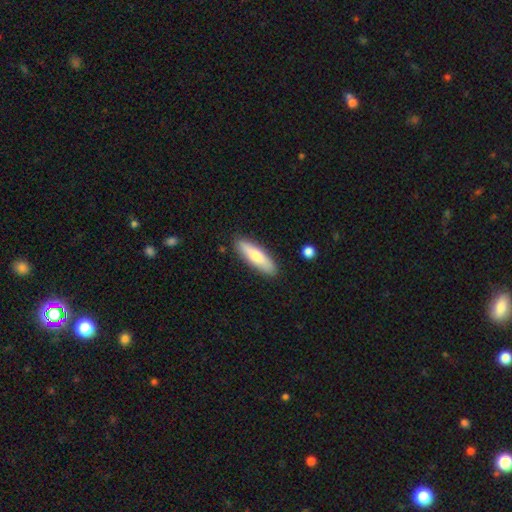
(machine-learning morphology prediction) Smooth or featured?
  - smooth: 71% *
  - featured or disk: 24%
  - star or artifact: 5%
How rounded?
  - cigar-shaped: 61% *
  - in between: 38%
  - round: 2%
Merging?
  - none: 87% *
  - minor disturbance: 9%
  - major disturbance: 2%
  - merger: 2%